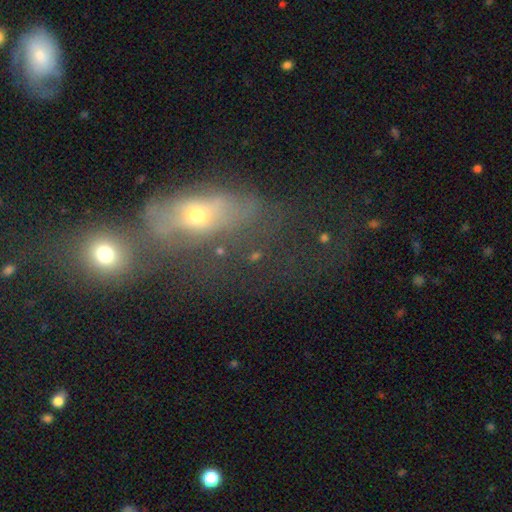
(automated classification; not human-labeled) Overall: smooth (40%; featured or disk 32%). Merging: none (49%; major disturbance 24%).